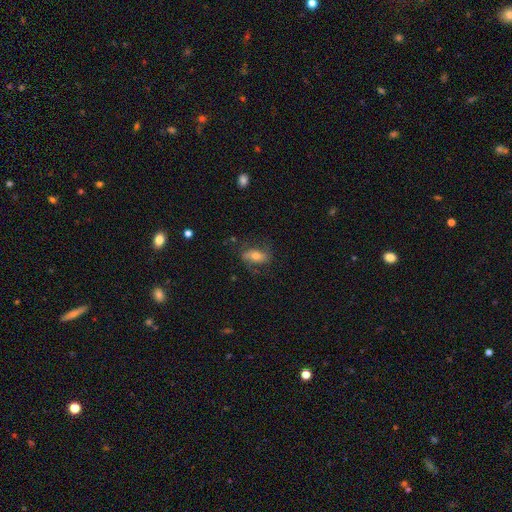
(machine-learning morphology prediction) Smooth or featured: smooth — 50% (featured or disk — 40%)
How rounded: in between — 80% (cigar-shaped — 13%)
Merging: none — 67% (minor disturbance — 20%)